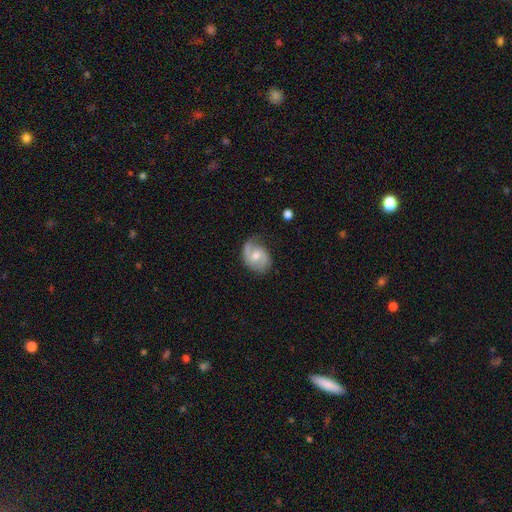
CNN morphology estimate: Smooth or featured?
  - featured or disk: 76% *
  - smooth: 18%
  - star or artifact: 6%
Edge-on disk?
  - no: 97% *
  - yes: 3%
Bar?
  - no: 49% *
  - weak: 44%
  - strong: 7%
Spiral arms?
  - yes: 94% *
  - no: 6%
Spiral winding?
  - medium: 49% *
  - loose: 28%
  - tight: 23%
Spiral arm count?
  - 2: 76% *
  - 1: 15%
  - can't tell: 6%
  - 3: 1%
  - 4: 1%
  - more than 4: 1%
Bulge size?
  - moderate: 60% *
  - small: 33%
  - large: 4%
  - none: 3%
  - dominant: 1%
Merging?
  - none: 64% *
  - minor disturbance: 25%
  - major disturbance: 10%
  - merger: 2%